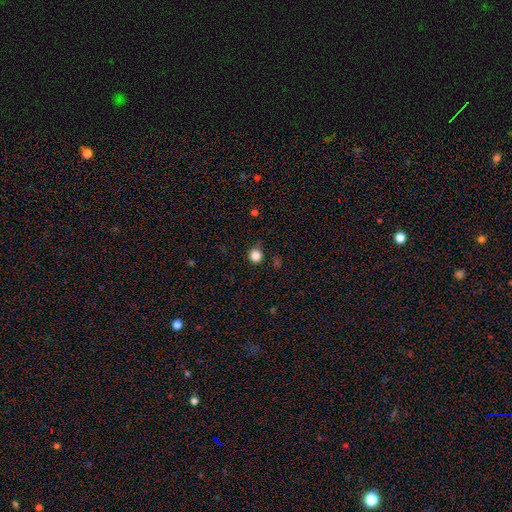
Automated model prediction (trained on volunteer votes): Morphology: type=smooth (84%); roundness=round (92%); merging=none (82%).